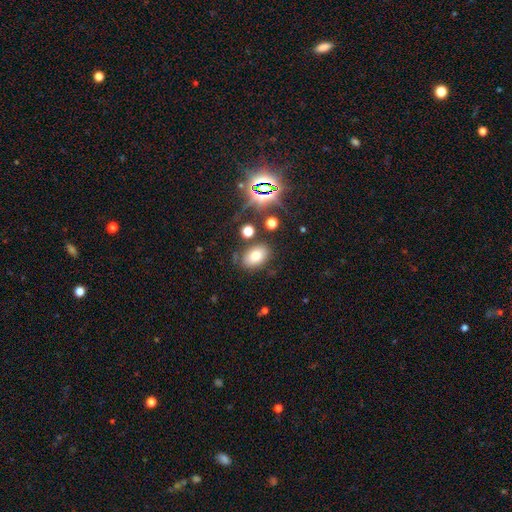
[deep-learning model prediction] smooth 72%, star or artifact 16%, featured or disk 11%. Down the decision tree: how rounded — in between (85%); merging — none (77%).